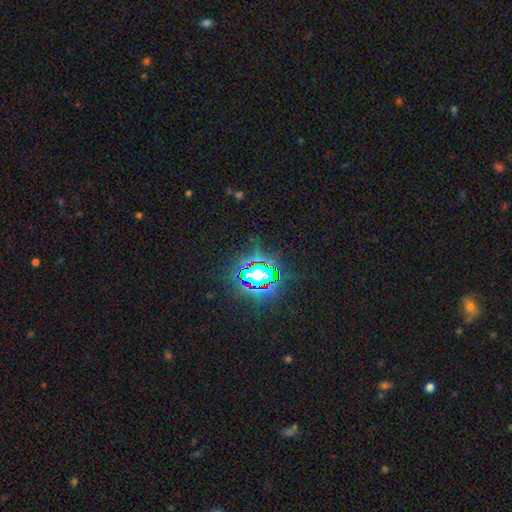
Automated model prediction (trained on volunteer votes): Smooth or featured: star or artifact — 83% (smooth — 10%)